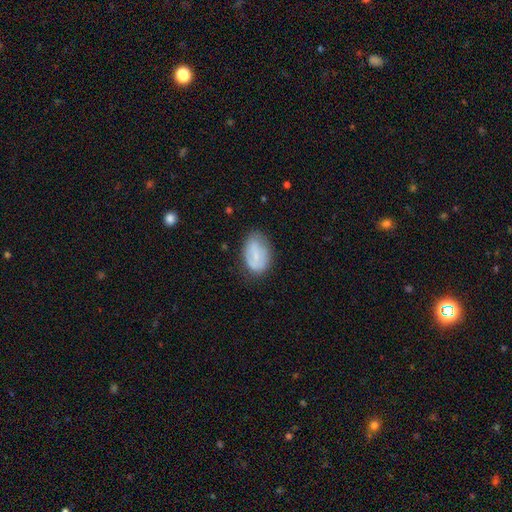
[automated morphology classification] type=smooth (56%); roundness=in between (87%); merging=none (66%).